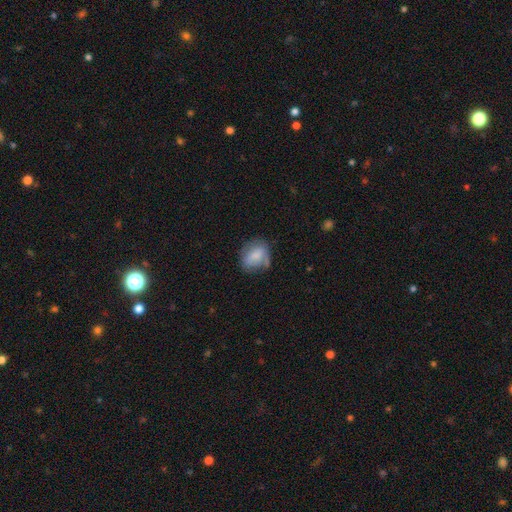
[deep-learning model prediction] Smooth or featured? Predicted: smooth (p=0.67). How rounded? Predicted: in between (p=0.61). Merging? Predicted: none (p=0.50).